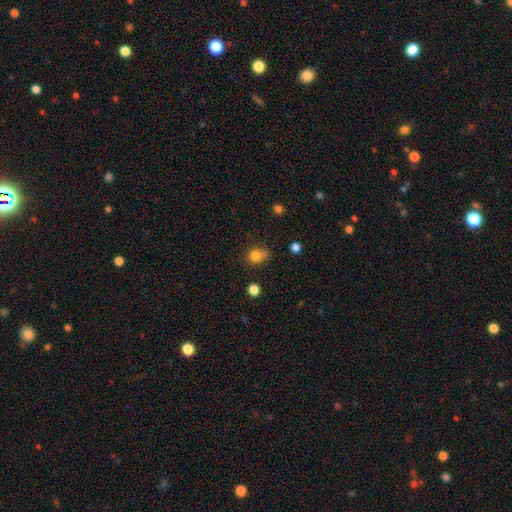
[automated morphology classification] smooth-or-featured: smooth: 80% | star or artifact: 12% | featured or disk: 7%
  how-rounded: round: 70% | in between: 29% | cigar-shaped: 1%
  merging: none: 54% | minor disturbance: 26% | merger: 10% | major disturbance: 9%